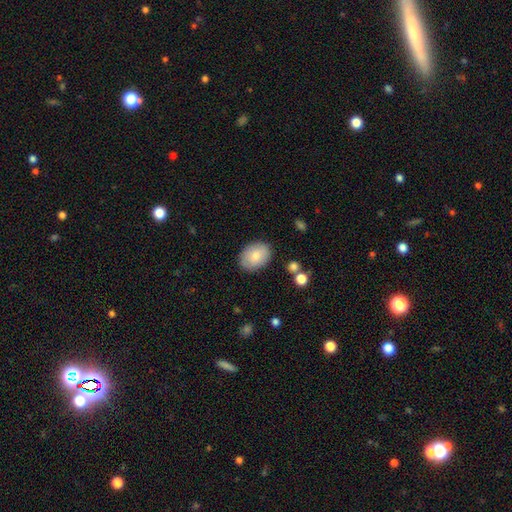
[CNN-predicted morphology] A smooth galaxy with no disk features (80%) that is in between round and cigar-shaped (71%). Merging: none (84%).